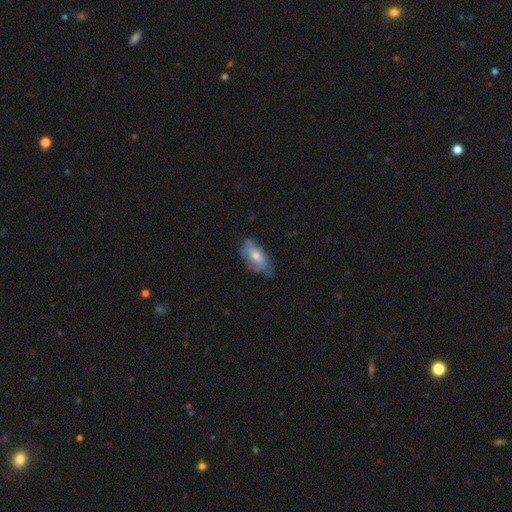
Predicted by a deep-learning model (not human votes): This appears to be a smooth galaxy with no disk features (53%) that is in between round and cigar-shaped (86%). Merging: none (58%).